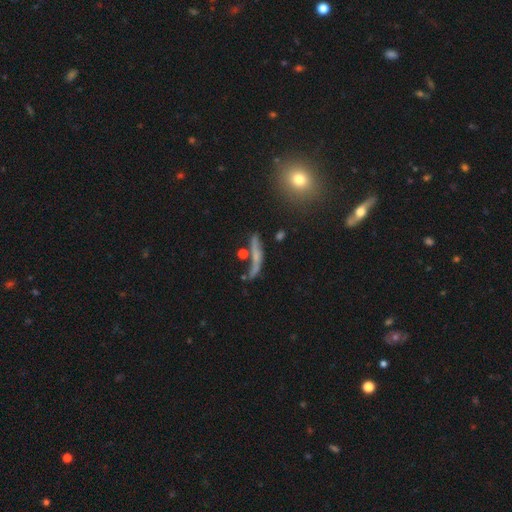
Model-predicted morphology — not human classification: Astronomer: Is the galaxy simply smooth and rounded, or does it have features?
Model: featured or disk — 47% (runner-up: smooth, 39%).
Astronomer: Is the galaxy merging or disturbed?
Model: none — 45%.